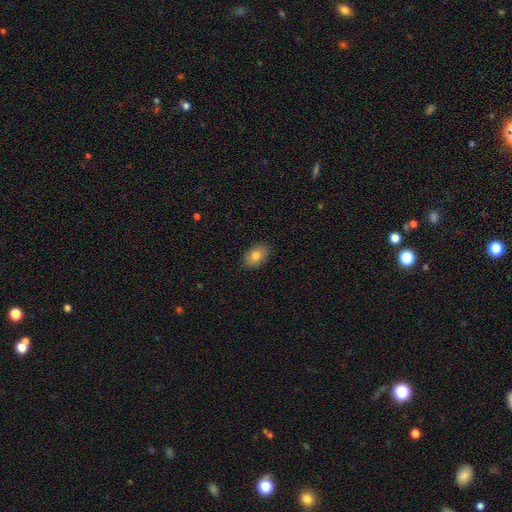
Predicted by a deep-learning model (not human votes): A smooth galaxy with no disk features (79%) that is in between round and cigar-shaped (87%).

Vote fractions:
- Smooth or featured? smooth: 79% / featured or disk: 13% / star or artifact: 8%
- How rounded? in between: 87% / round: 12% / cigar-shaped: 1%
- Merging? none: 88% / minor disturbance: 9% / major disturbance: 2% / merger: 1%